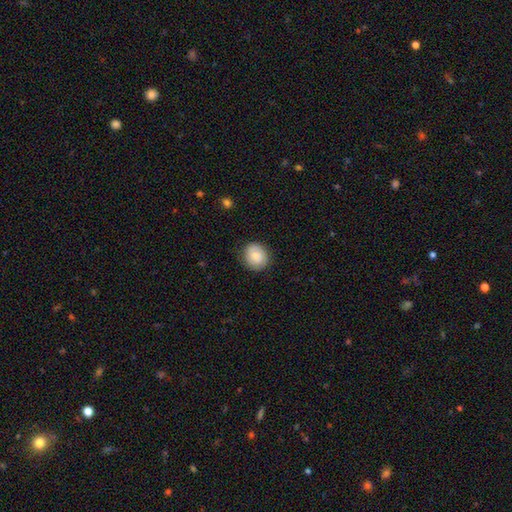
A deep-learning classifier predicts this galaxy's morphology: Smooth or featured: smooth — 64% (featured or disk — 28%)
How rounded: round — 81% (in between — 18%)
Merging: none — 83% (minor disturbance — 12%)